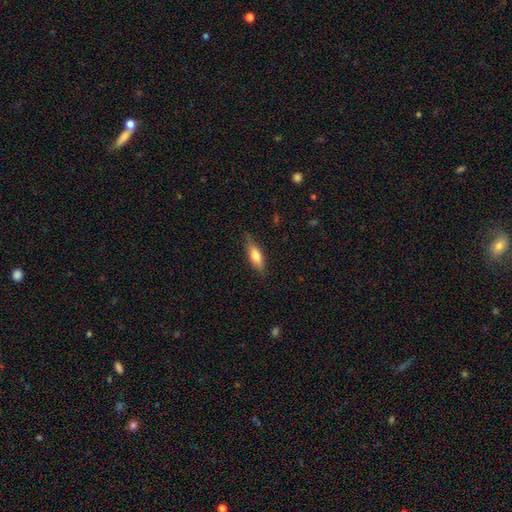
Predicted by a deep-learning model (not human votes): This appears to be a smooth galaxy with no disk features (69%) that is in between round and cigar-shaped (54%). Merging: none (80%).